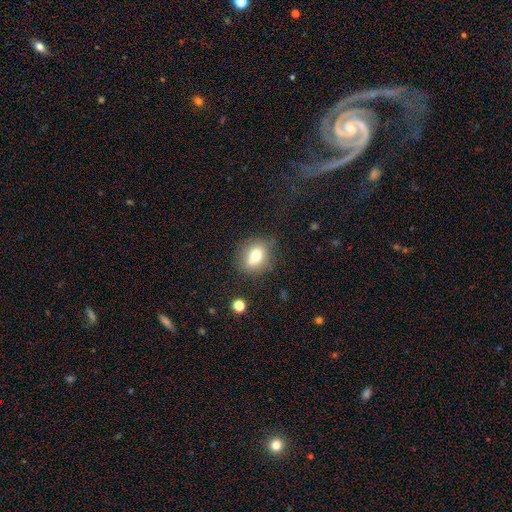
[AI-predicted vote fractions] Smooth or featured: smooth — 70% (featured or disk — 17%)
How rounded: round — 67% (in between — 32%)
Merging: none — 64% (minor disturbance — 17%)